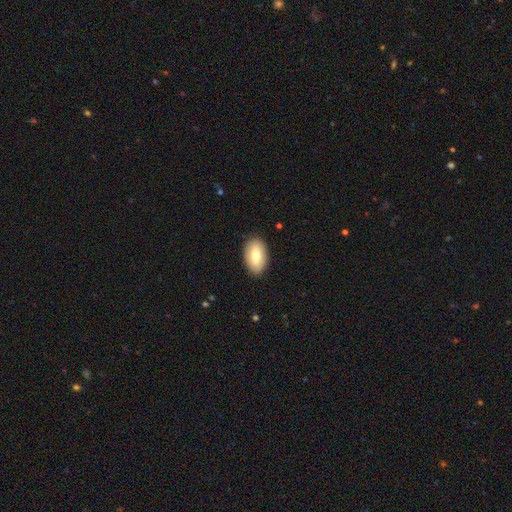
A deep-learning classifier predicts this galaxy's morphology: A smooth galaxy with no disk features (75%) that is in between round and cigar-shaped (93%). Merging: none (88%).